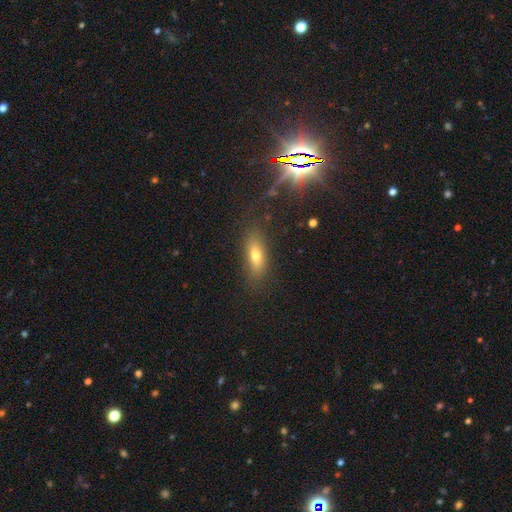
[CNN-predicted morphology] A smooth galaxy with no disk features (63%) that is in between round and cigar-shaped (63%). Merging: none (81%).